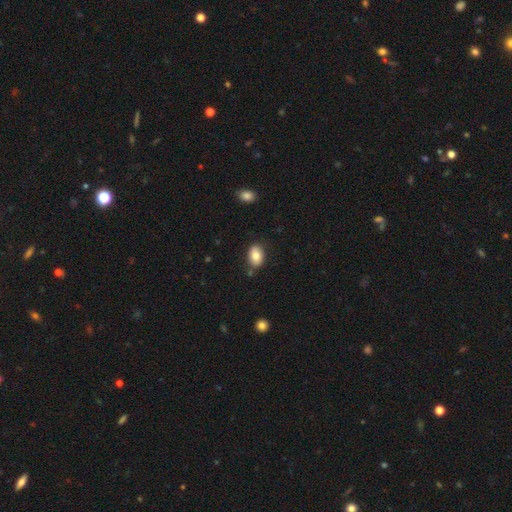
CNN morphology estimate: Smooth or featured? Predicted: smooth (p=0.79). How rounded? Predicted: in between (p=0.85). Merging? Predicted: none (p=0.78).